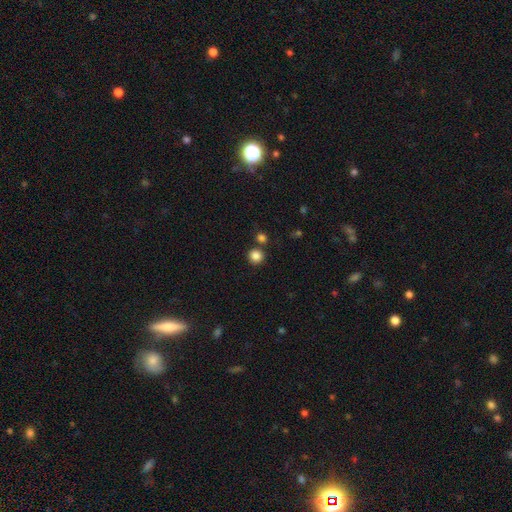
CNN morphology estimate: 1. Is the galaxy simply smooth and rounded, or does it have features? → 85% smooth, 11% star or artifact, 4% featured or disk.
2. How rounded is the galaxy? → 93% round, 6% in between, 1% cigar-shaped.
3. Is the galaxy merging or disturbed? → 80% none, 10% merger, 7% minor disturbance, 2% major disturbance.